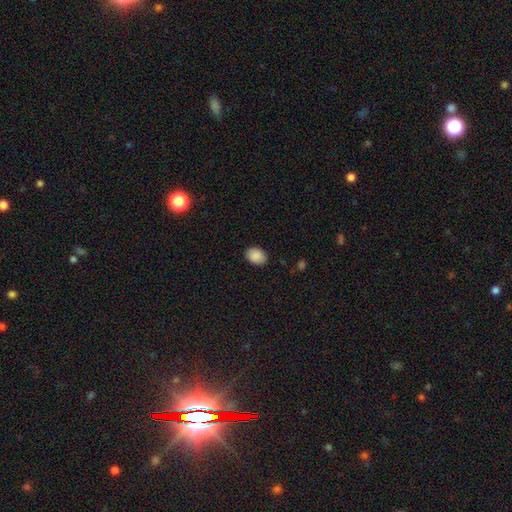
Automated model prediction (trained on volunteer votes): Smooth or featured: smooth — 89% (star or artifact — 7%)
How rounded: in between — 73% (round — 26%)
Merging: none — 87% (minor disturbance — 10%)